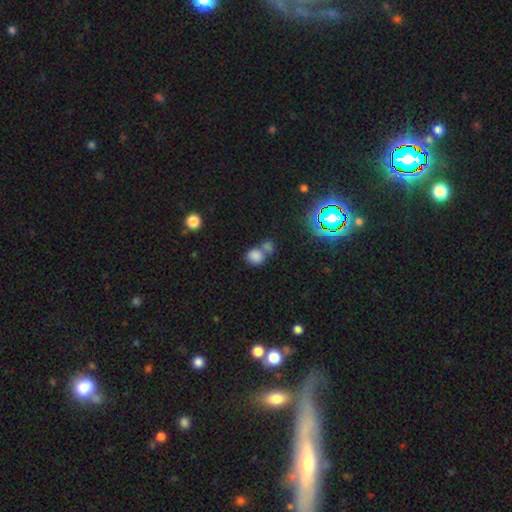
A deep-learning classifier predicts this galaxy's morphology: A smooth galaxy with no disk features (79%) that is round (68%).

Vote fractions:
- Smooth or featured? smooth: 79% / star or artifact: 14% / featured or disk: 7%
- How rounded? round: 68% / in between: 31% / cigar-shaped: 1%
- Merging? merger: 51% / none: 36% / minor disturbance: 8% / major disturbance: 4%